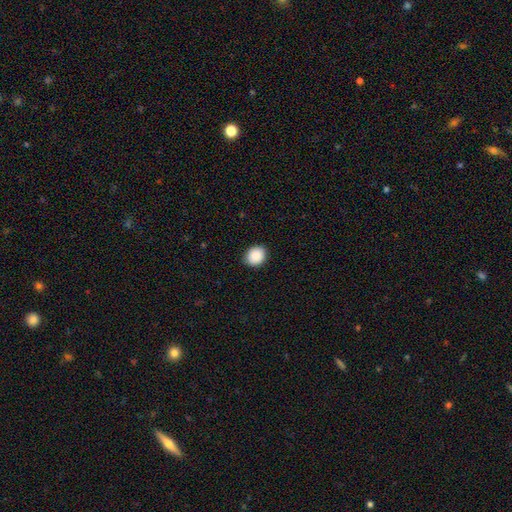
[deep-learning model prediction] A smooth galaxy with no disk features (90%) that is round (63%). Merging: none (90%).